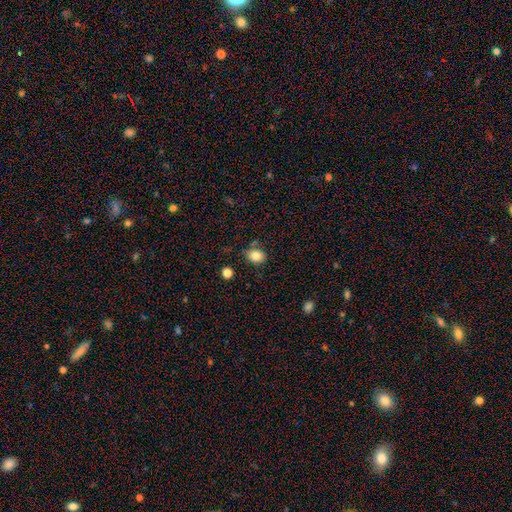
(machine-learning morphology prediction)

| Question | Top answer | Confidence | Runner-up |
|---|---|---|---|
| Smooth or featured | smooth | 83% | star or artifact (10%) |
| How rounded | in between | 53% | round (46%) |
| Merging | none | 75% | minor disturbance (16%) |